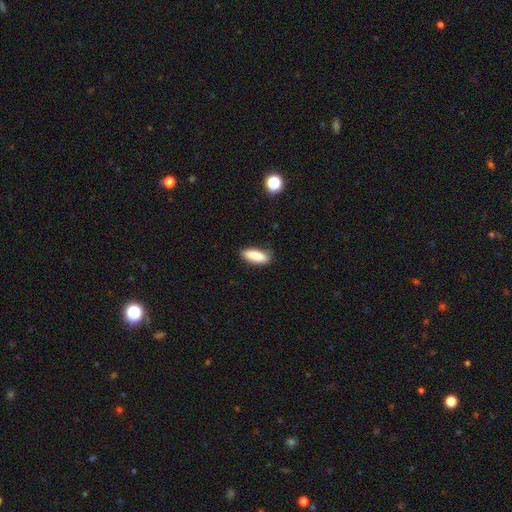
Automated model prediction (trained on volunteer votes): Smooth or featured: smooth — 88% (star or artifact — 7%)
How rounded: in between — 65% (cigar-shaped — 33%)
Merging: none — 82% (minor disturbance — 14%)